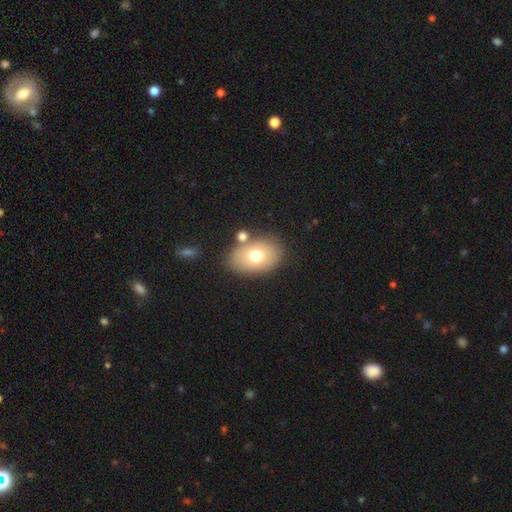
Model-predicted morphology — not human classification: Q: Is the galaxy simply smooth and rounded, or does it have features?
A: smooth — 70%.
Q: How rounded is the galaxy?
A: in between — 80%.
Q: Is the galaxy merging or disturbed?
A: none — 74%.